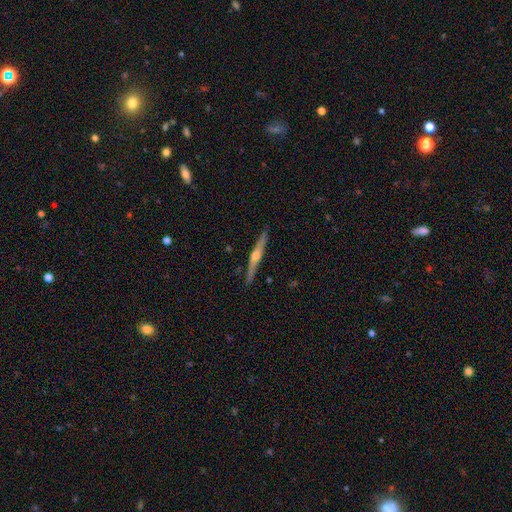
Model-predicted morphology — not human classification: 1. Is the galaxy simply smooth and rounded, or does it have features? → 77% featured or disk, 18% smooth, 6% star or artifact.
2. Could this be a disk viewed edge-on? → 98% yes, 2% no.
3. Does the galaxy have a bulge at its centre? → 89% rounded, 6% none, 4% boxy.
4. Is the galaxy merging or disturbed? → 90% none, 7% minor disturbance, 1% major disturbance, 1% merger.